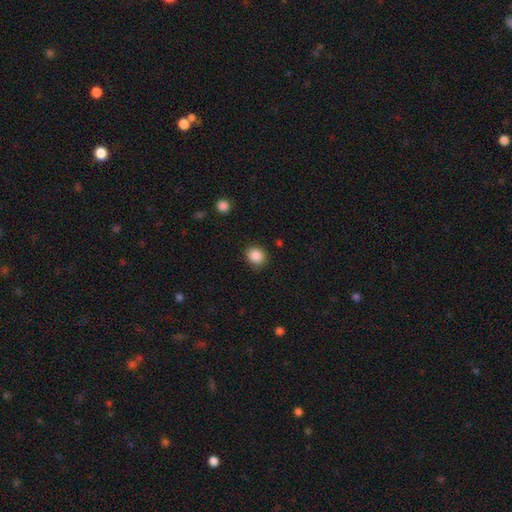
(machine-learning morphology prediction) Smooth or featured?
  - smooth: 87% *
  - star or artifact: 9%
  - featured or disk: 4%
How rounded?
  - round: 75% *
  - in between: 24%
  - cigar-shaped: 1%
Merging?
  - none: 88% *
  - minor disturbance: 9%
  - major disturbance: 2%
  - merger: 1%